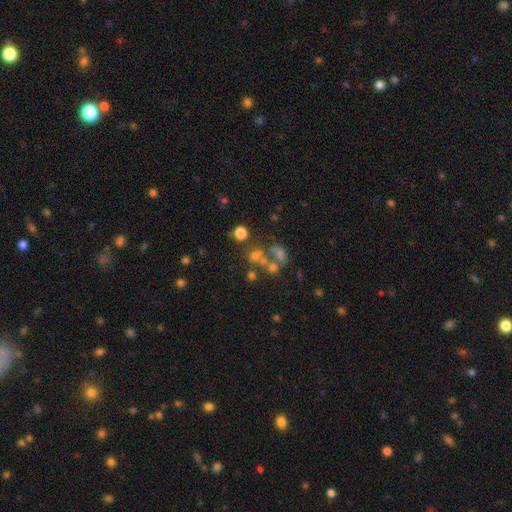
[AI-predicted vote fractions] Smooth or featured?
  - smooth: 43% *
  - star or artifact: 31%
  - featured or disk: 26%
Merging?
  - none: 43% *
  - merger: 36%
  - major disturbance: 11%
  - minor disturbance: 10%